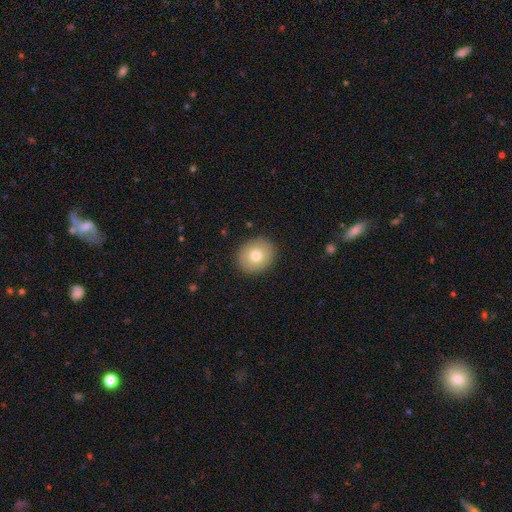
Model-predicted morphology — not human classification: This appears to be a smooth galaxy with no disk features (77%) that is round (68%). Merging: none (89%).